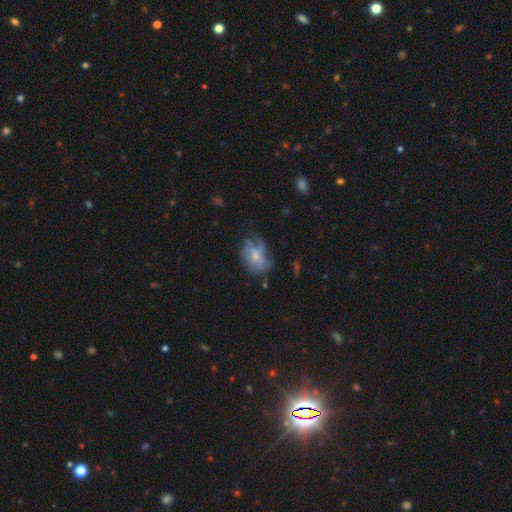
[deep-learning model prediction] This appears to be a featured or disk galaxy (50%). Merging: none (44%).